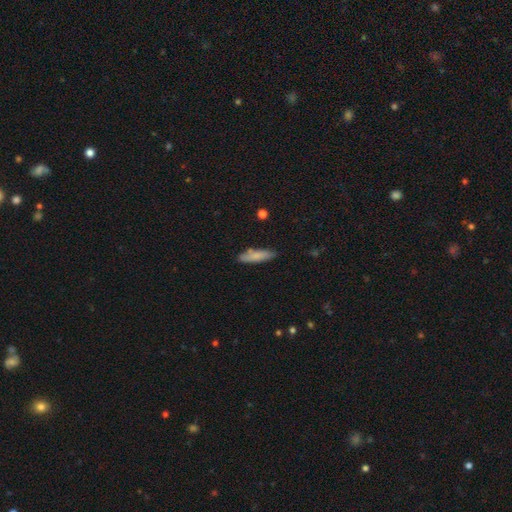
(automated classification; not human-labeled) smooth 79%, featured or disk 15%, star or artifact 6%. Down the decision tree: how rounded — cigar-shaped (69%); merging — none (80%).